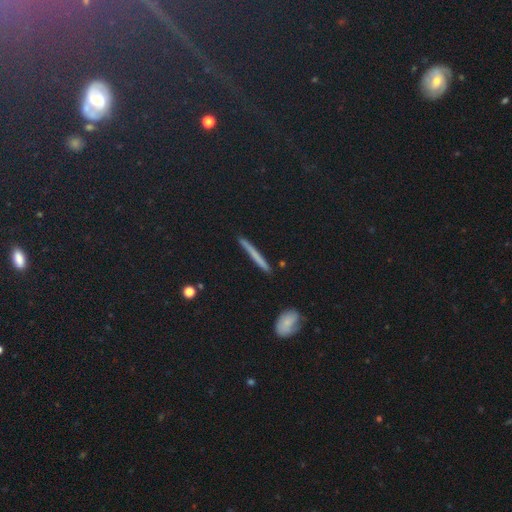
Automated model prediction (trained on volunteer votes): The model was most divided on "smooth or featured": smooth: 55%, featured or disk: 29%, star or artifact: 16%. More confident: how rounded — cigar-shaped (92%); merging — none (89%).